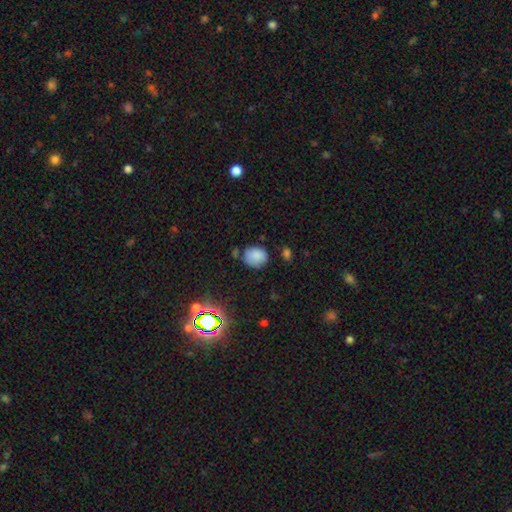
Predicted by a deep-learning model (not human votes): Smooth or featured? smooth (83%)
How rounded? round (62%)
Merging? none (69%)